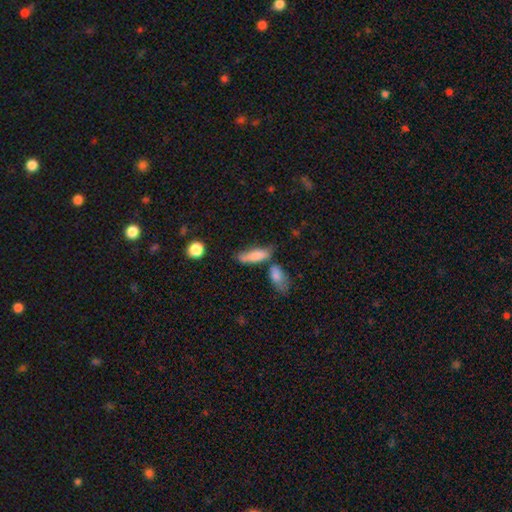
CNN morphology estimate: smooth 80%, featured or disk 13%, star or artifact 7%. Down the decision tree: how rounded — cigar-shaped (49%); merging — none (45%).